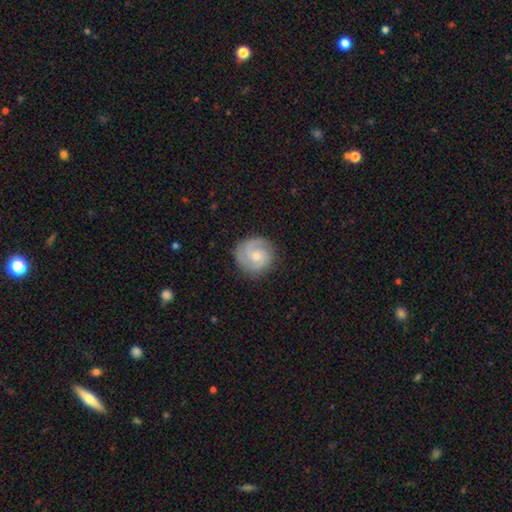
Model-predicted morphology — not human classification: The model was most divided on "bulge size": small: 53%, moderate: 42%, none: 2%, large: 2%, dominant: 1%. More confident: edge-on disk — no (98%); spiral arms — yes (96%); merging — none (84%); smooth or featured — featured or disk (77%); bar — no (68%); spiral winding — tight (57%); spiral arm count — 2 (54%).